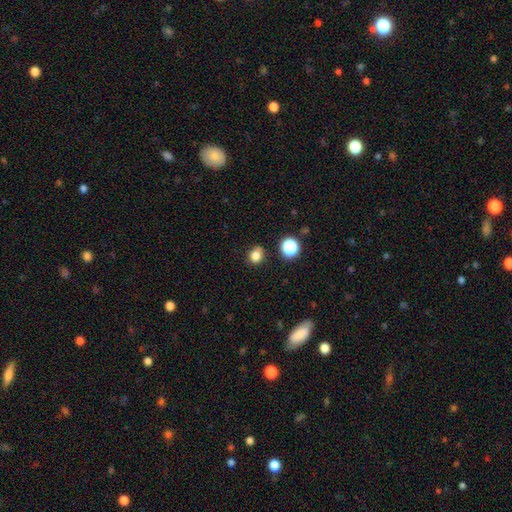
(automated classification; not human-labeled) smooth_or_featured: smooth (p=0.80) [alt: star or artifact p=0.15]
how_rounded: round (p=0.72) [alt: in between p=0.27]
merging: none (p=0.79) [alt: minor disturbance p=0.14]